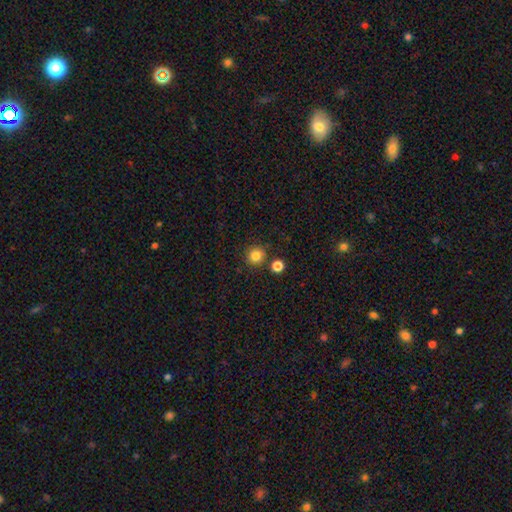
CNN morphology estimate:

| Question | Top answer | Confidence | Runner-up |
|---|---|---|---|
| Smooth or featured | smooth | 83% | star or artifact (12%) |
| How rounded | round | 93% | in between (6%) |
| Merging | none | 82% | minor disturbance (8%) |